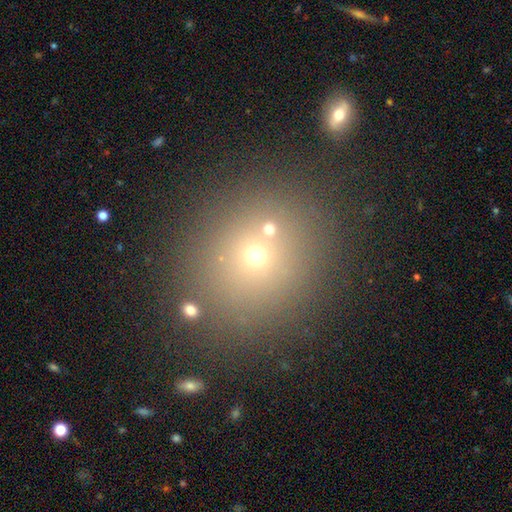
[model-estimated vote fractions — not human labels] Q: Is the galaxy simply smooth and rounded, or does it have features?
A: smooth — 61%.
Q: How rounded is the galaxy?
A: round — 81%.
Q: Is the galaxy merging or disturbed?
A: none — 78%.